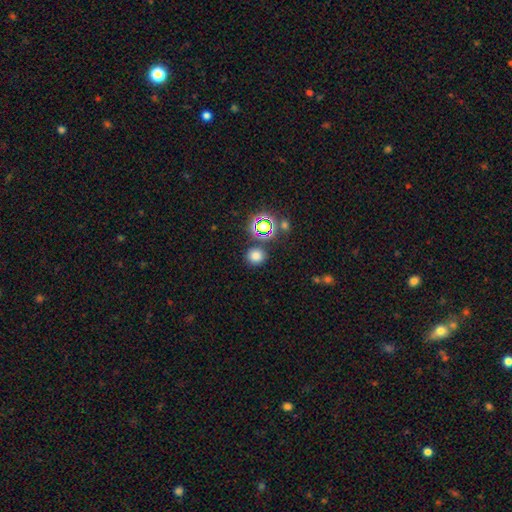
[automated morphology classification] smooth-or-featured: smooth: 73% | star or artifact: 22% | featured or disk: 5%
  how-rounded: round: 87% | in between: 12% | cigar-shaped: 1%
  merging: none: 84% | minor disturbance: 7% | merger: 5% | major disturbance: 3%